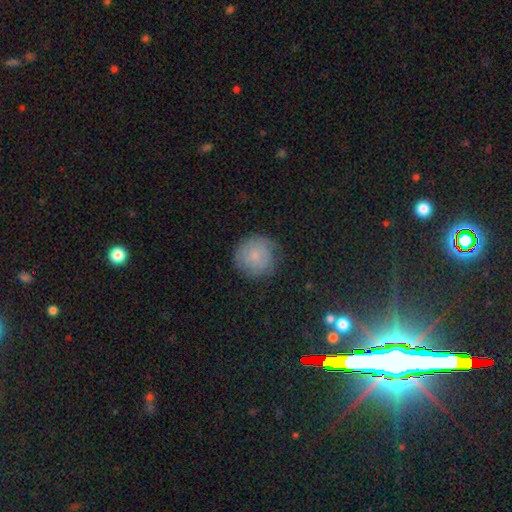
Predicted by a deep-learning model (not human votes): Morphology: type=smooth (68%); roundness=round (92%); merging=none (74%).